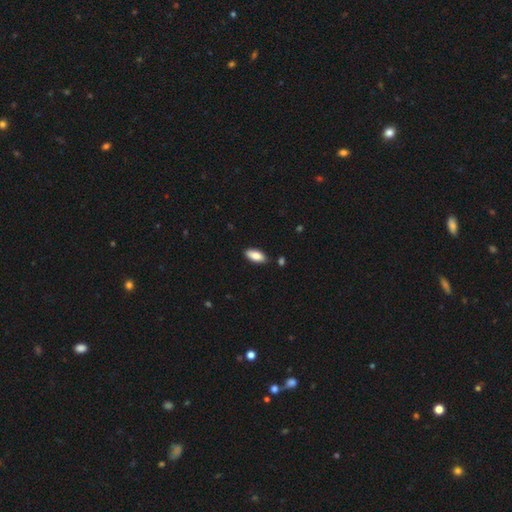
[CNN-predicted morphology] Overall: smooth (84%). How rounded: in between (87%). Merging: none (86%).